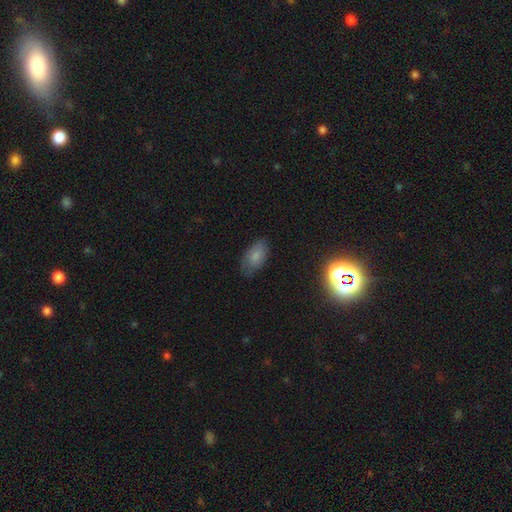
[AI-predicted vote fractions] Morphology: type=smooth (75%); roundness=in between (92%); merging=none (70%).